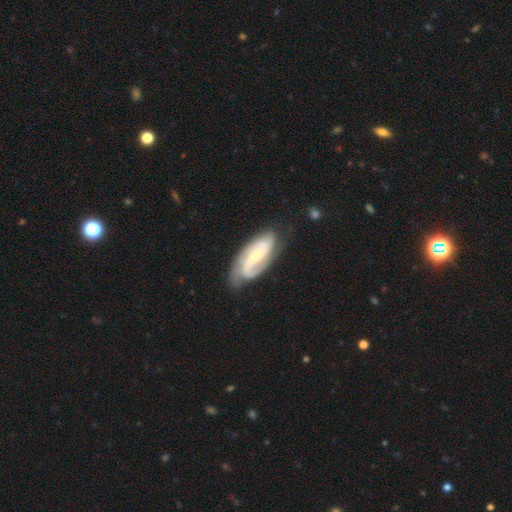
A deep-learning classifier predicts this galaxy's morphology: Smooth or featured? featured or disk (83%)
Edge-on disk? no (94%)
Bar? weak (41%)
Spiral arms? yes (96%)
Spiral winding? medium (43%)
Spiral arm count? 2 (72%)
Bulge size? small (54%)
Merging? none (72%)